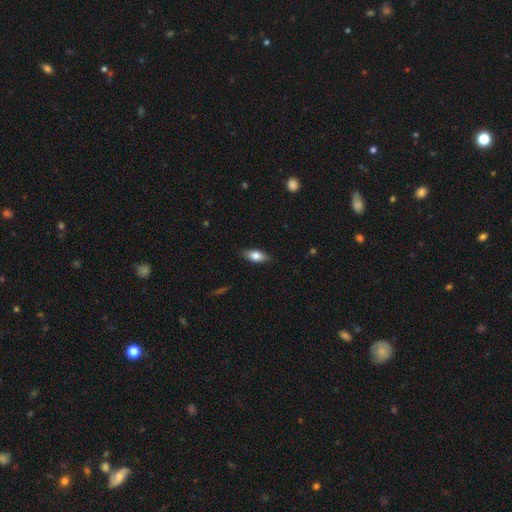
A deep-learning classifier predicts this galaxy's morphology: Smooth or featured? smooth (72%)
How rounded? in between (81%)
Merging? none (85%)